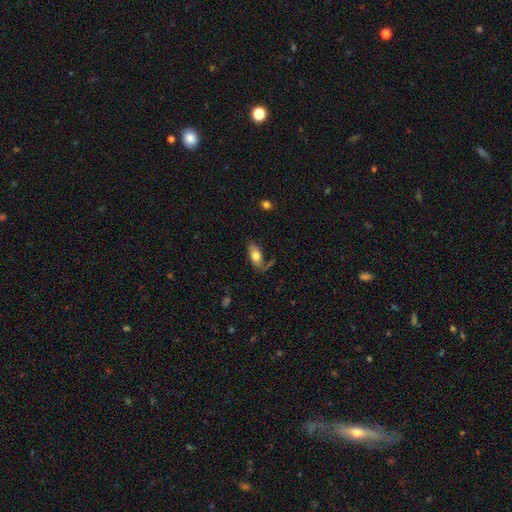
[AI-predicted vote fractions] Q: Smooth or featured?
A: smooth (69%); runner-up: featured or disk (24%)
Q: How rounded?
A: in between (87%); runner-up: cigar-shaped (9%)
Q: Merging?
A: none (59%); runner-up: minor disturbance (22%)